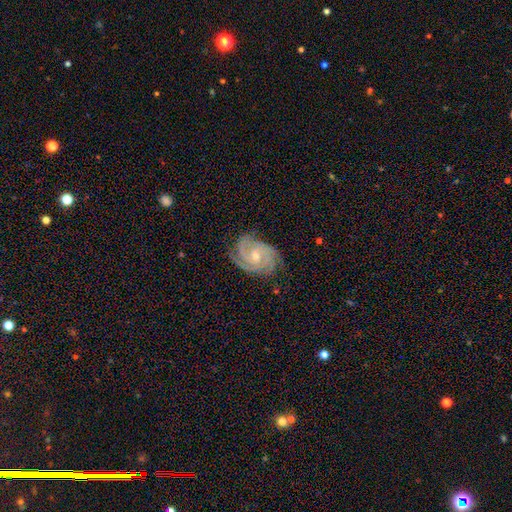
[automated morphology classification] A featured or disk galaxy (90%) with no bar (58%), 3 (49%) tight (71%) spiral arms (98%) and a small central bulge (52%). Merging: none (78%).